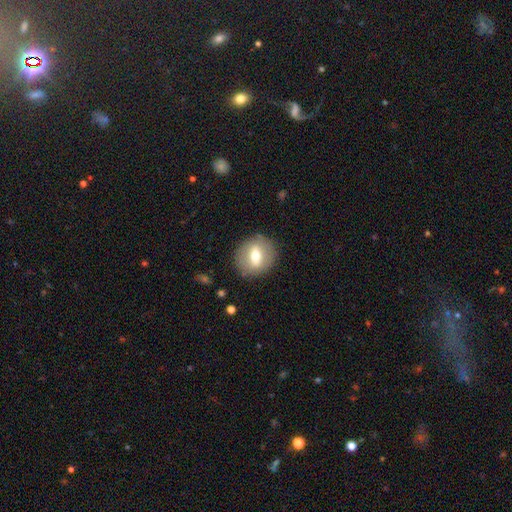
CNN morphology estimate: type=smooth (53%); roundness=round (70%); merging=none (85%).